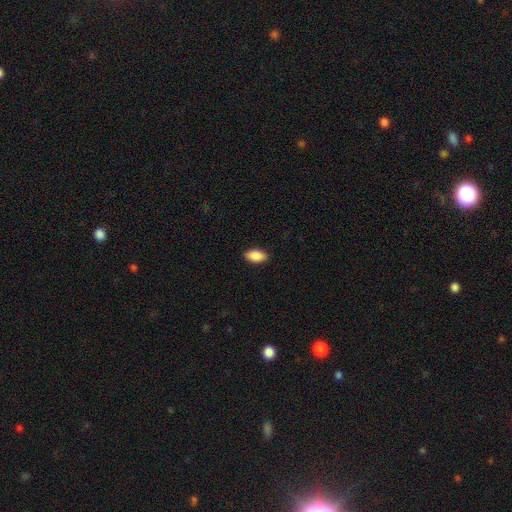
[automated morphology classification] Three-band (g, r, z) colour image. It shows a smooth galaxy with no disk features (89%) that is in between round and cigar-shaped (93%). Merging: none (89%).